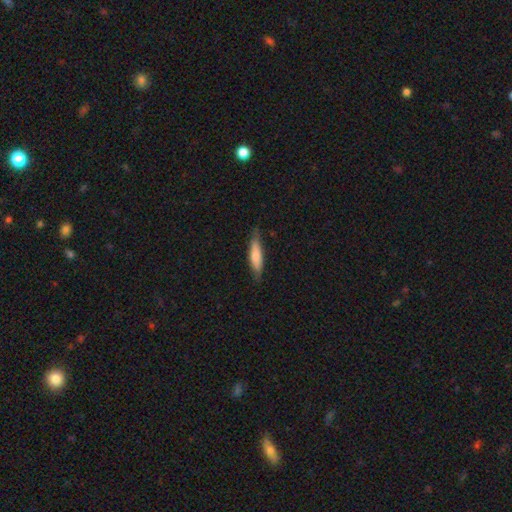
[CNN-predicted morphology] A smooth galaxy with no disk features (73%) that is cigar-shaped (75%). Merging: none (78%).